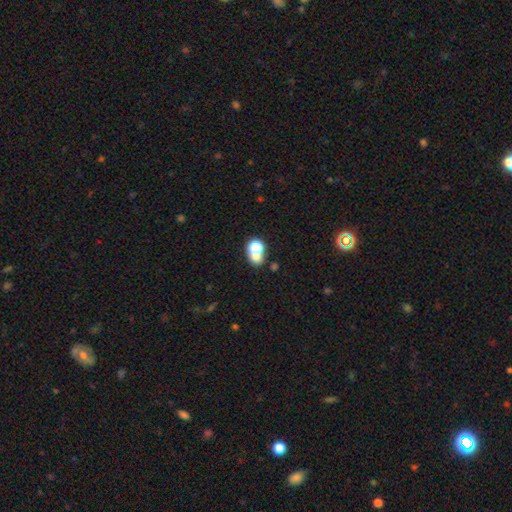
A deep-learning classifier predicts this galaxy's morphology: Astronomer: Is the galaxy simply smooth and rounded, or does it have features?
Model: smooth — 65%.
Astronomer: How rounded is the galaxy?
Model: round — 62%.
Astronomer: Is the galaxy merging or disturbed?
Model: merger — 50% (runner-up: none, 38%).